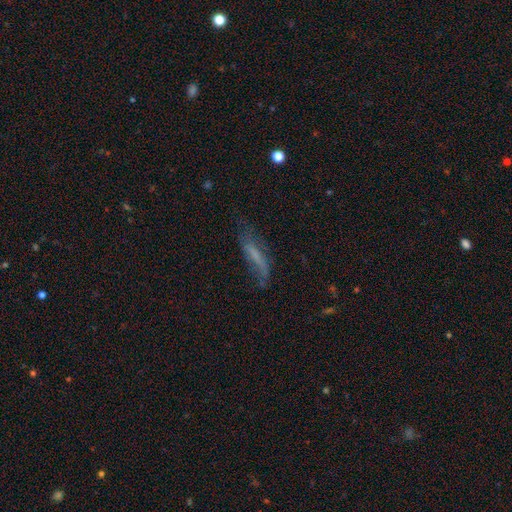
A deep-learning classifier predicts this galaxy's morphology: Smooth or featured?
  - smooth: 46% *
  - featured or disk: 43%
  - star or artifact: 11%
Merging?
  - none: 45% *
  - minor disturbance: 29%
  - major disturbance: 22%
  - merger: 3%